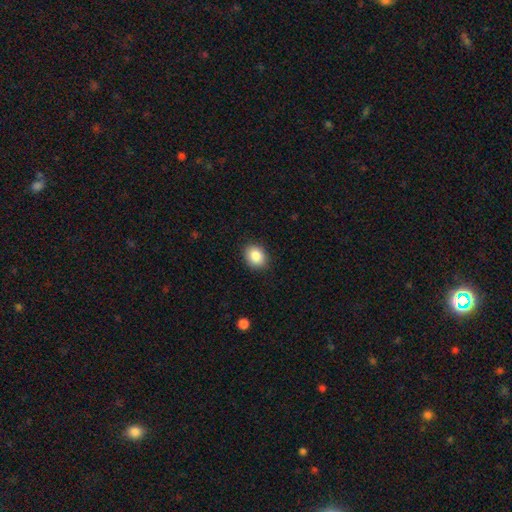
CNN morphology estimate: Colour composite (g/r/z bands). It shows a smooth galaxy with no disk features (86%) that is round (53%). Merging: none (88%).